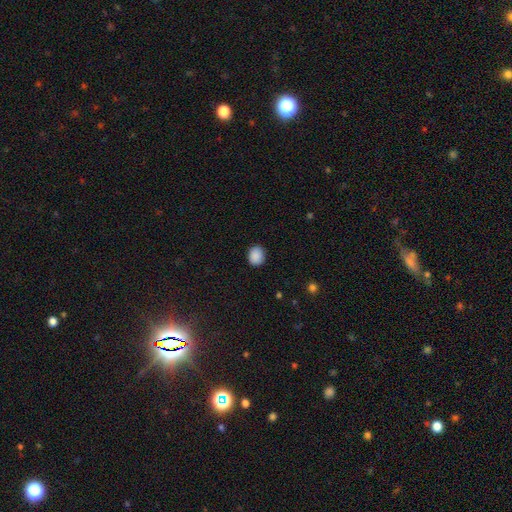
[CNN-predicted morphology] This appears to be a smooth galaxy with no disk features (89%) that is round (60%). Merging: none (88%).